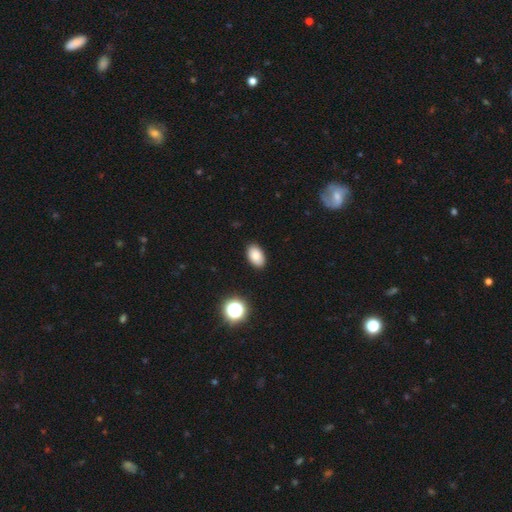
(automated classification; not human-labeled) smooth 83%, star or artifact 10%, featured or disk 7%. Down the decision tree: how rounded — in between (91%); merging — none (89%).